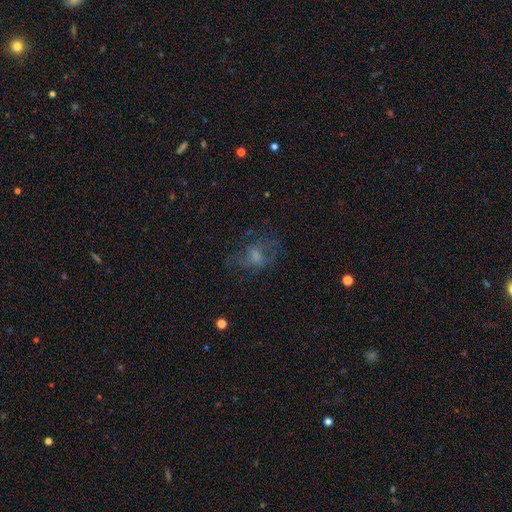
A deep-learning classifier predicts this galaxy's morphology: This is marginally a smooth galaxy (40%). Merging: possibly none (56%).